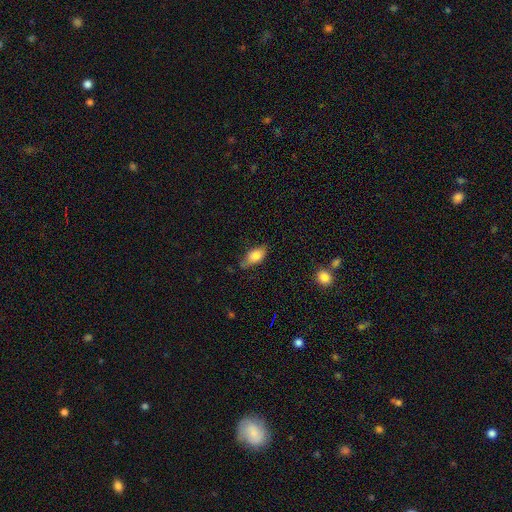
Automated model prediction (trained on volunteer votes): Smooth or featured? Predicted: smooth (p=0.80). How rounded? Predicted: in between (p=0.88). Merging? Predicted: none (p=0.66).